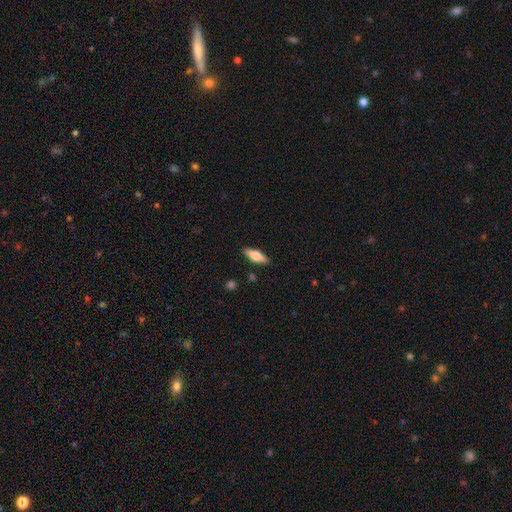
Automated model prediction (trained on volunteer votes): A smooth galaxy with no disk features (61%) that is in between round and cigar-shaped (57%). Merging: none (88%).